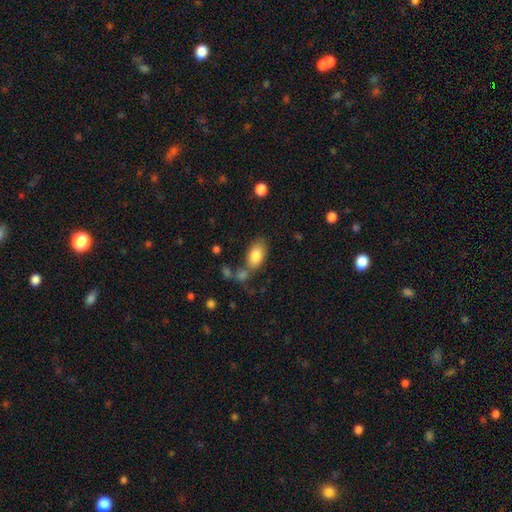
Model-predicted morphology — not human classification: smooth 83%, featured or disk 9%, star or artifact 8%. Down the decision tree: how rounded — in between (91%); merging — none (62%).